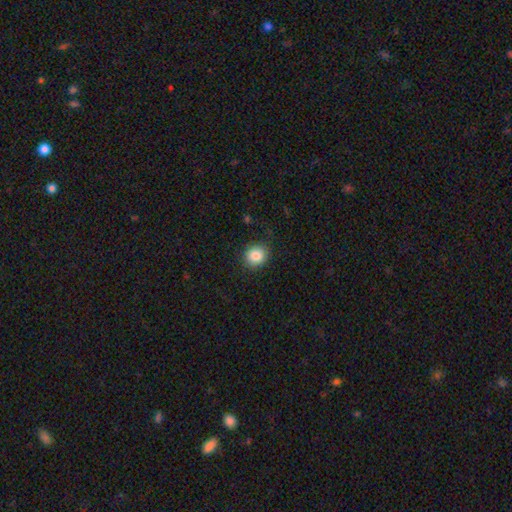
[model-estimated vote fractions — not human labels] This is clearly a smooth galaxy (85%). How rounded: clearly round (80%). Merging: clearly none (86%).